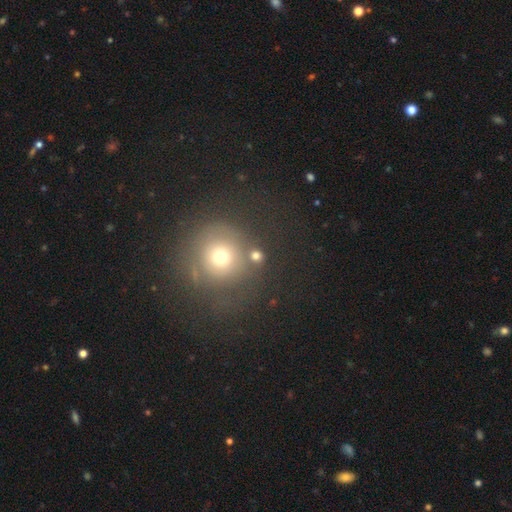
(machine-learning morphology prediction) smooth-or-featured: smooth: 71% | star or artifact: 17% | featured or disk: 11%
  how-rounded: round: 89% | in between: 10% | cigar-shaped: 1%
  merging: none: 70% | merger: 14% | minor disturbance: 9% | major disturbance: 6%